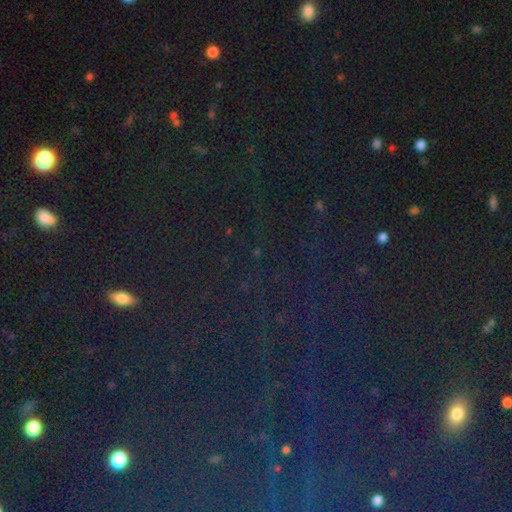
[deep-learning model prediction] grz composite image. It shows a star or artifact, not a galaxy (80%).